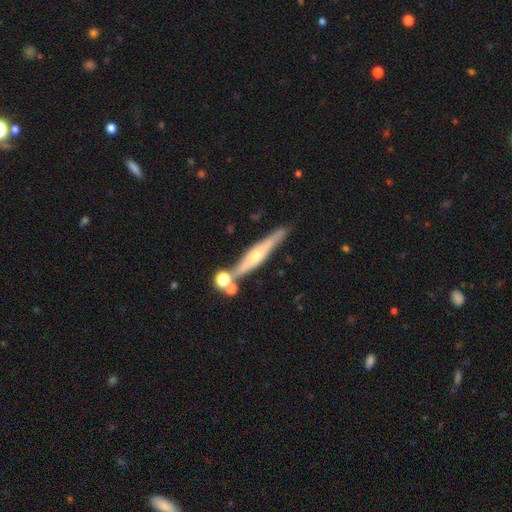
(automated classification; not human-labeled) featured or disk 68%, smooth 24%, star or artifact 8%. Down the decision tree: edge-on disk — yes (93%); edge-on bulge — rounded (84%); merging — none (74%).